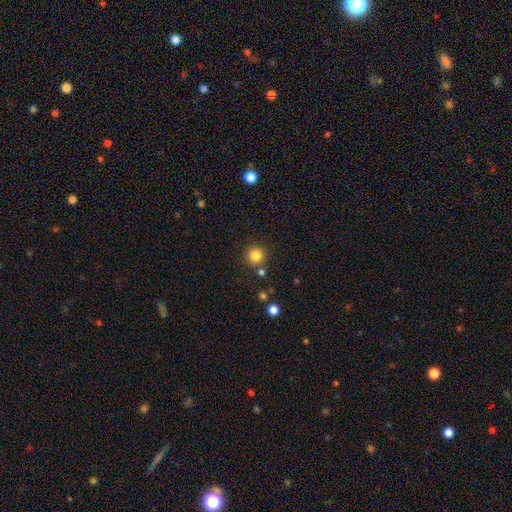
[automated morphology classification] smooth-or-featured: smooth: 84% | star or artifact: 12% | featured or disk: 5%
  how-rounded: round: 95% | in between: 4% | cigar-shaped: 1%
  merging: none: 81% | merger: 9% | minor disturbance: 8% | major disturbance: 3%